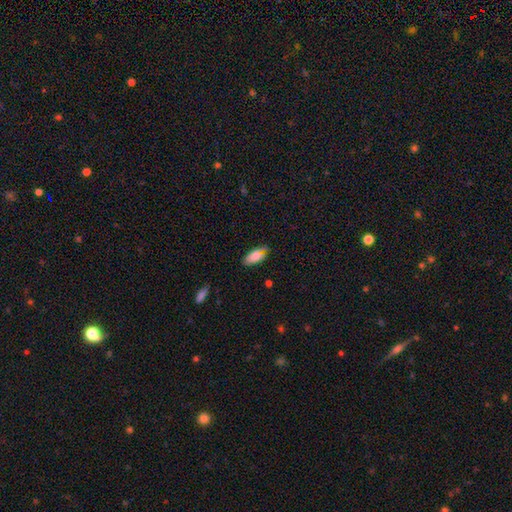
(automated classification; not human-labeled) Smooth or featured? Predicted: smooth (p=0.75). How rounded? Predicted: in between (p=0.78). Merging? Predicted: none (p=0.69).